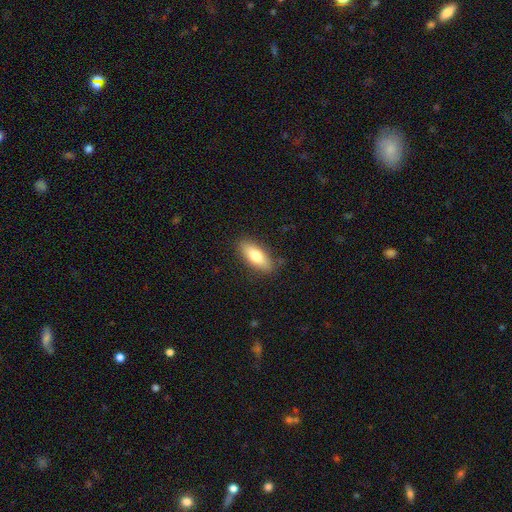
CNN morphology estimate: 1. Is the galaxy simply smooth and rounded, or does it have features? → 75% smooth, 19% featured or disk, 6% star or artifact.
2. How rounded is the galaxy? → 71% in between, 26% cigar-shaped, 3% round.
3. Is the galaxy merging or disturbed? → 83% none, 13% minor disturbance, 3% major disturbance, 1% merger.